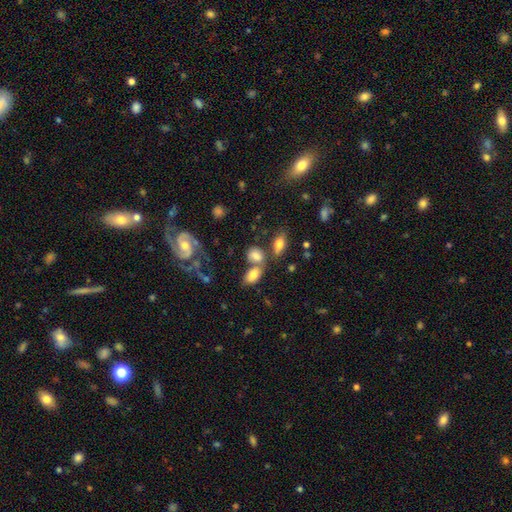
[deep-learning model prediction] A smooth galaxy with no disk features (76%) that is in between round and cigar-shaped (80%).

Vote fractions:
- Smooth or featured? smooth: 76% / featured or disk: 14% / star or artifact: 10%
- How rounded? in between: 80% / round: 17% / cigar-shaped: 3%
- Merging? none: 45% / merger: 34% / minor disturbance: 14% / major disturbance: 7%